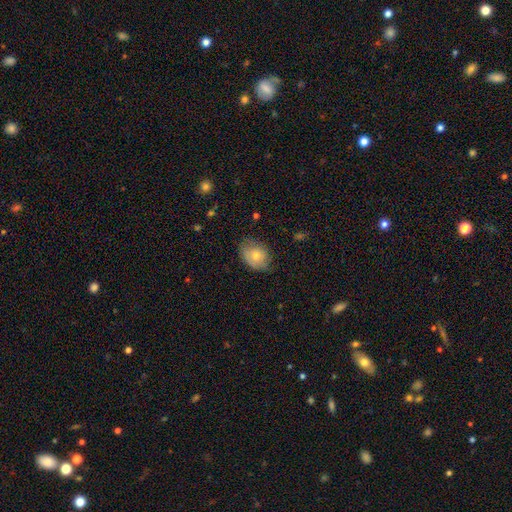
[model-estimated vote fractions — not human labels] A smooth galaxy with no disk features (58%) that is in between round and cigar-shaped (67%). Merging: none (68%).